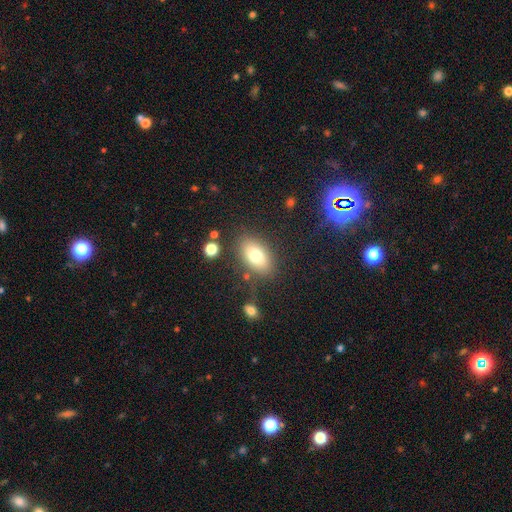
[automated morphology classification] Smooth or featured? Predicted: smooth (p=0.77). How rounded? Predicted: in between (p=0.89). Merging? Predicted: none (p=0.80).